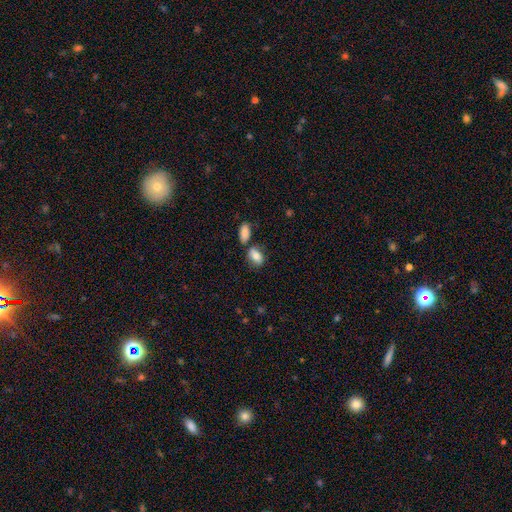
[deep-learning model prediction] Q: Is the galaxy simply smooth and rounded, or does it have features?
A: smooth — 82%.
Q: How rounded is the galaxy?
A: in between — 86%.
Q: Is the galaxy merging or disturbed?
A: none — 57%.